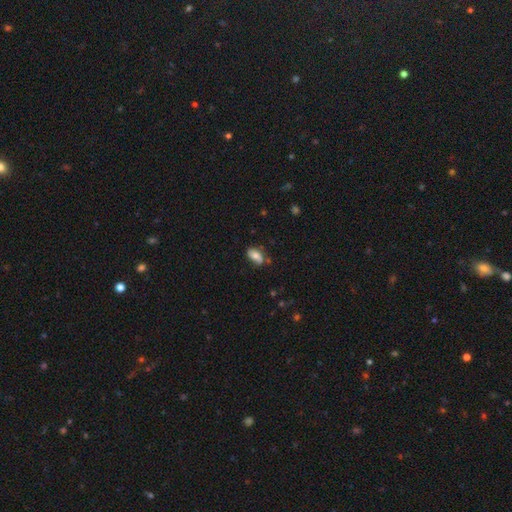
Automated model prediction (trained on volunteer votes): Smooth or featured?
  - smooth: 73% *
  - featured or disk: 18%
  - star or artifact: 9%
How rounded?
  - in between: 90% *
  - round: 6%
  - cigar-shaped: 5%
Merging?
  - none: 60% *
  - minor disturbance: 26%
  - merger: 7%
  - major disturbance: 7%